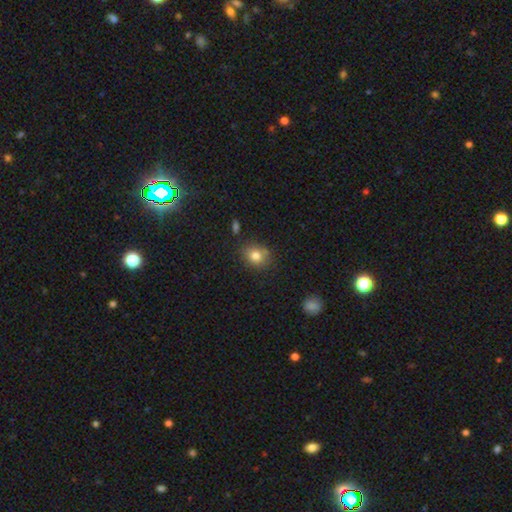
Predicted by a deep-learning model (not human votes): A smooth galaxy with no disk features (80%) that is round (60%). Merging: none (77%).